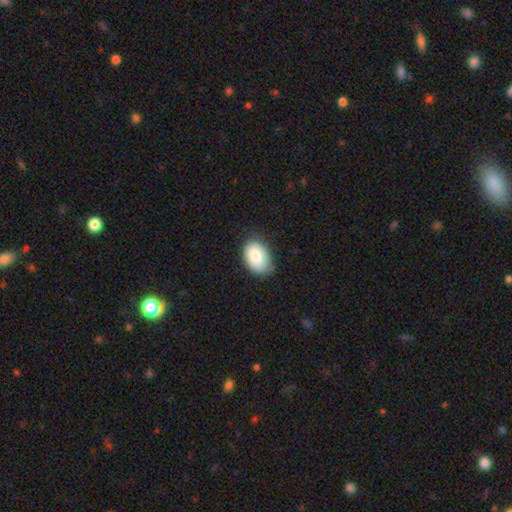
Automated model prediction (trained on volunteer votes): The model was most divided on "merging": none: 74%, minor disturbance: 22%, major disturbance: 3%, merger: 1%. More confident: how rounded — in between (89%); smooth or featured — smooth (82%).